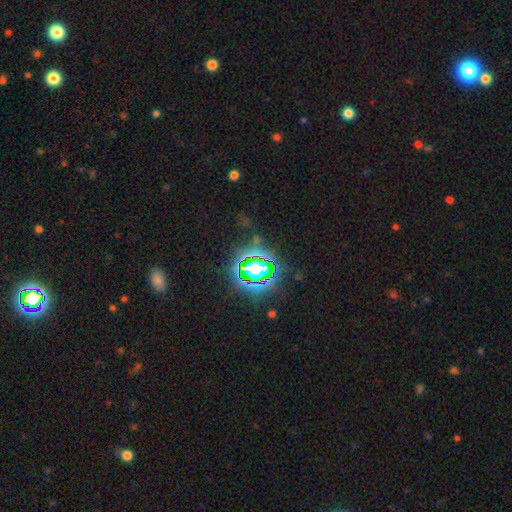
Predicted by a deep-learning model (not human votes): The model was most divided on "smooth or featured": star or artifact: 83%, smooth: 10%, featured or disk: 6%.